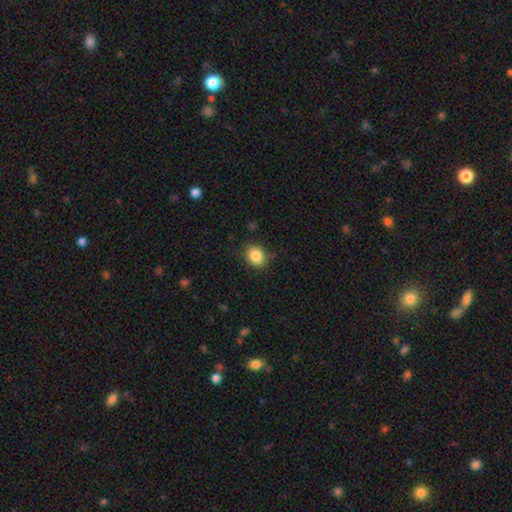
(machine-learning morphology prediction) Overall: smooth (86%). How rounded: in between (55%; round 44%). Merging: none (82%).